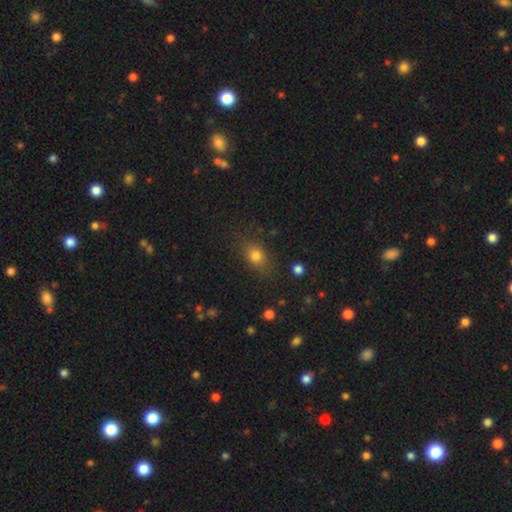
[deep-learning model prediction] This appears to be a smooth galaxy with no disk features (77%) that is in between round and cigar-shaped (63%). Merging: none (79%).